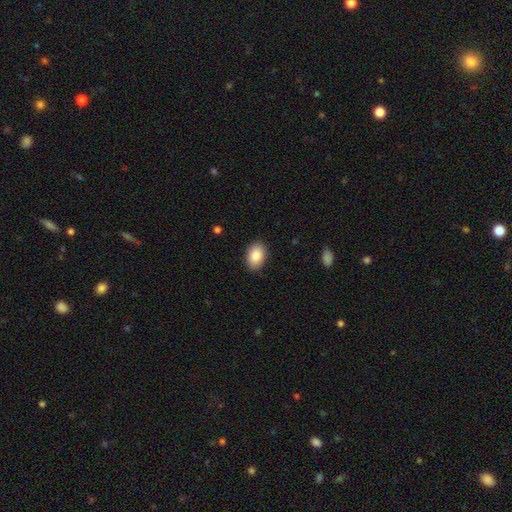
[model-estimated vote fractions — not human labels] smooth-or-featured: smooth: 86% | star or artifact: 7% | featured or disk: 7%
  how-rounded: in between: 86% | round: 13% | cigar-shaped: 1%
  merging: none: 89% | minor disturbance: 8% | major disturbance: 2% | merger: 1%